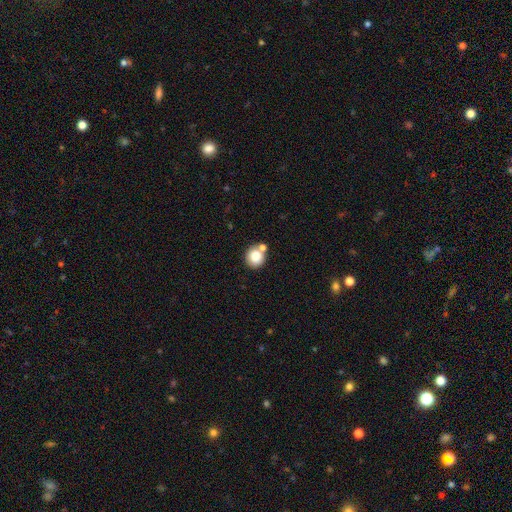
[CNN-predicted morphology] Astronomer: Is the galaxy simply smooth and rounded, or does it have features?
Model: smooth — 82%.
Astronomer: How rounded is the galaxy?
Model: round — 87%.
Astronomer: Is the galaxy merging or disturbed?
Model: none — 61%.